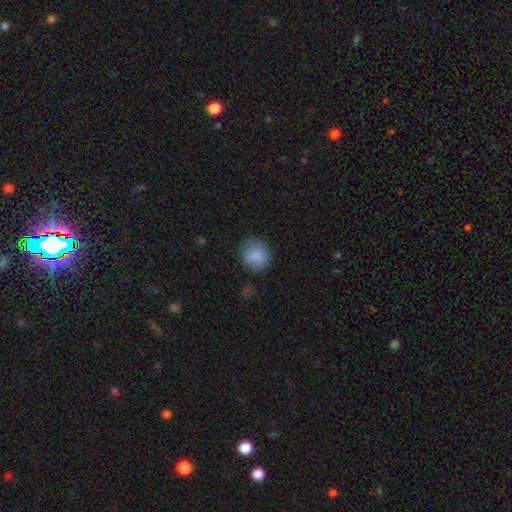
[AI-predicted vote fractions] smooth 87%, star or artifact 8%, featured or disk 5%. Down the decision tree: how rounded — round (83%); merging — none (78%).